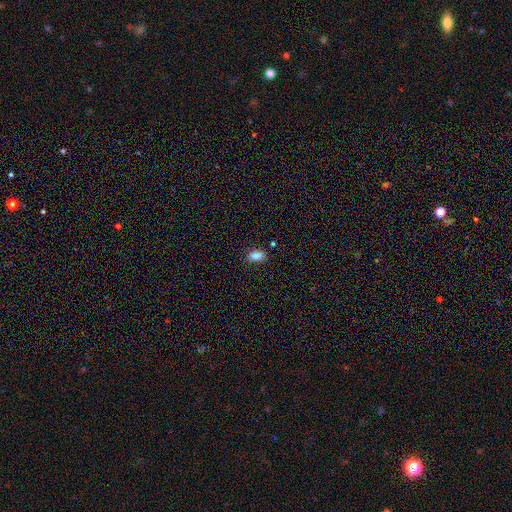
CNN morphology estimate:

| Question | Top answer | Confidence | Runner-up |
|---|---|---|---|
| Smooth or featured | smooth | 83% | star or artifact (10%) |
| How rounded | in between | 86% | round (11%) |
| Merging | none | 76% | minor disturbance (17%) |